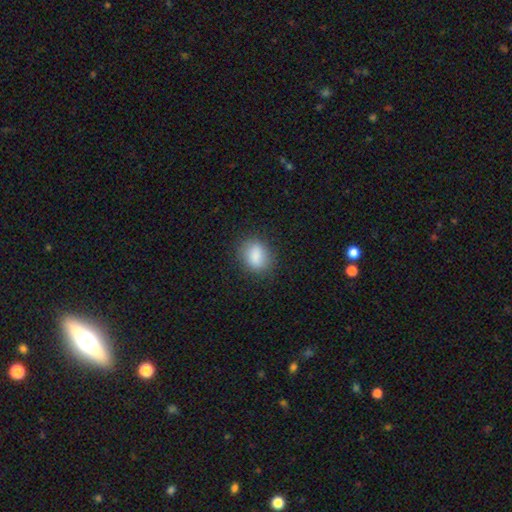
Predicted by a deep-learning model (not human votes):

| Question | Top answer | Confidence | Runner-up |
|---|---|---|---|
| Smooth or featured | smooth | 86% | star or artifact (8%) |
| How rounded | in between | 57% | round (41%) |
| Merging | none | 82% | minor disturbance (13%) |